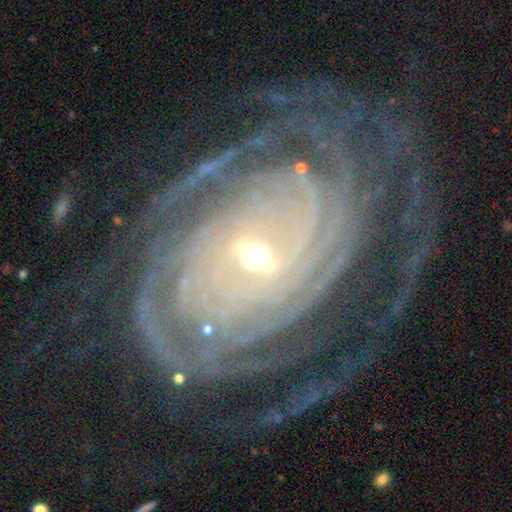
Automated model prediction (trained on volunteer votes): Smooth or featured? Predicted: featured or disk (p=0.89). Edge-on disk? Predicted: no (p=0.96). Bar? Predicted: no (p=0.53). Spiral arms? Predicted: yes (p=0.96). Spiral winding? Predicted: tight (p=0.81). Spiral arm count? Predicted: can't tell (p=0.30). Bulge size? Predicted: small (p=0.65). Merging? Predicted: none (p=0.69).